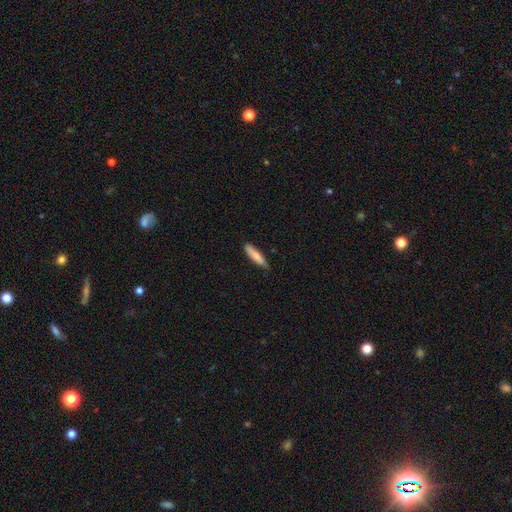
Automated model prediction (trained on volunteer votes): Smooth or featured? Predicted: smooth (p=0.80). How rounded? Predicted: cigar-shaped (p=0.78). Merging? Predicted: none (p=0.81).